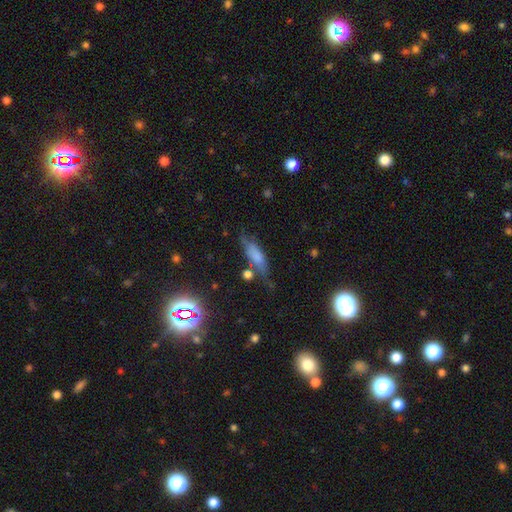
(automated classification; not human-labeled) Smooth or featured? Predicted: smooth (p=0.66). How rounded? Predicted: in between (p=0.50). Merging? Predicted: none (p=0.58).